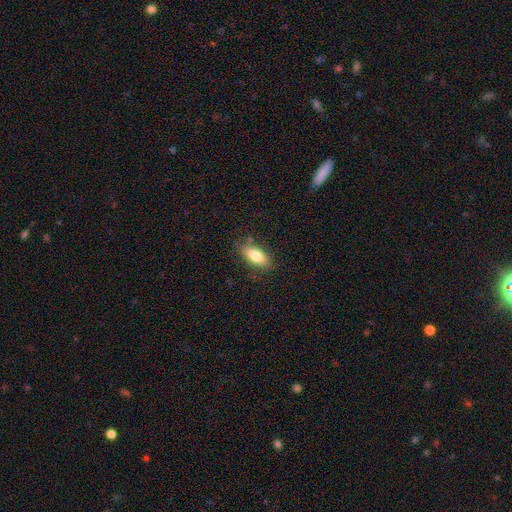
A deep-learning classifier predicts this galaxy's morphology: This is likely a smooth galaxy (79%). How rounded: clearly in between (83%). Merging: likely none (79%).